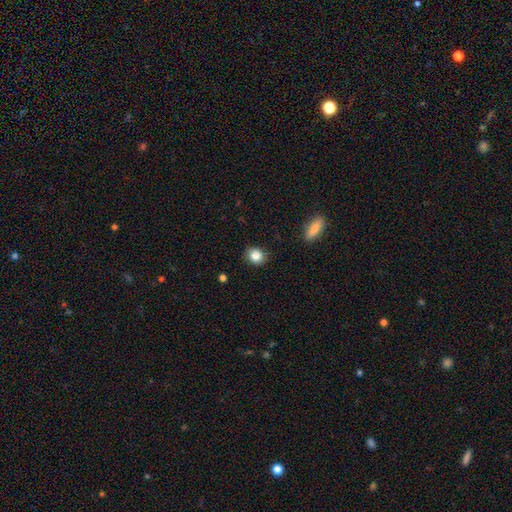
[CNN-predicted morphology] This appears to be a smooth galaxy with no disk features (83%) that is round (74%). Merging: none (86%).